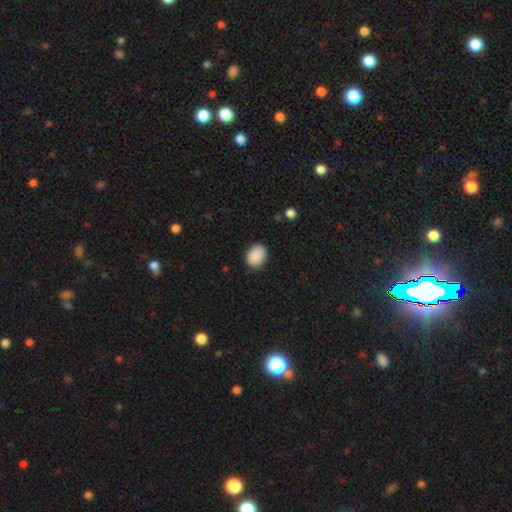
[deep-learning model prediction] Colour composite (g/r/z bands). It shows a smooth galaxy with no disk features (89%) that is in between round and cigar-shaped (60%). Merging: none (86%).